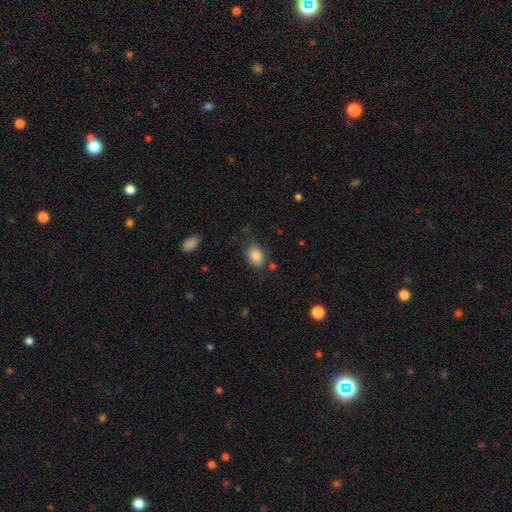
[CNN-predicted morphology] Overall: smooth (85%). How rounded: in between (83%). Merging: none (73%).